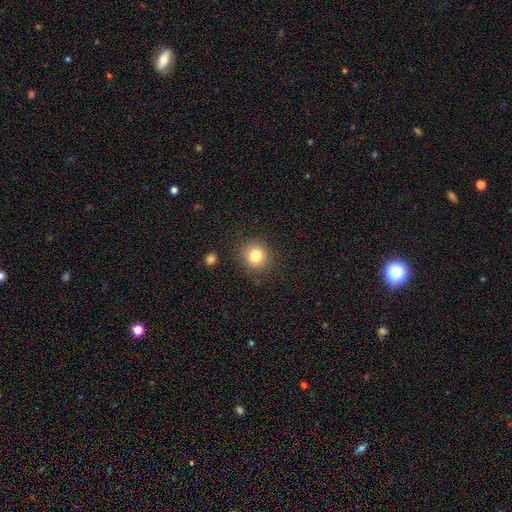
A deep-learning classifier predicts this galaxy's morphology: Overall: smooth (82%). How rounded: round (88%). Merging: none (87%).